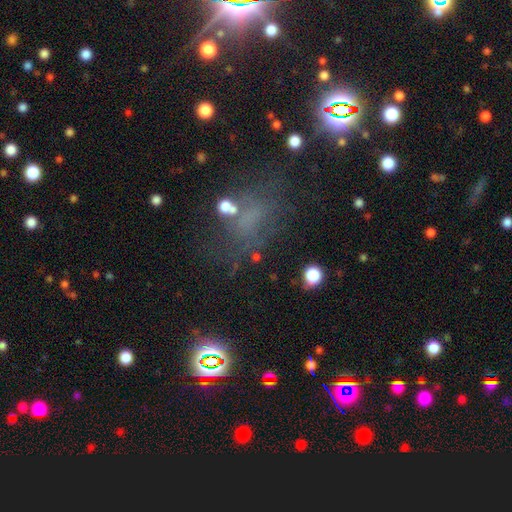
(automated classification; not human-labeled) This appears to be a smooth galaxy with no disk features (42%). Merging: none (51%).